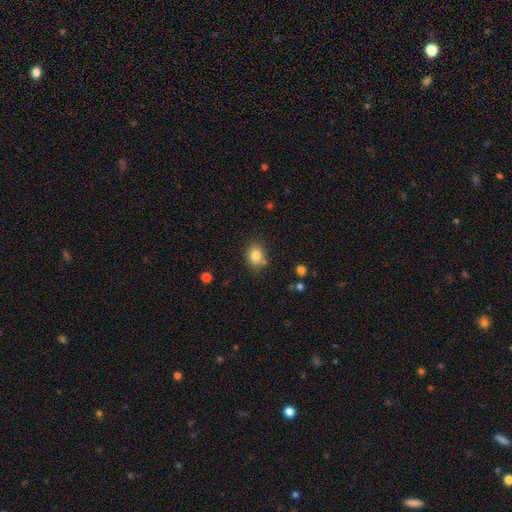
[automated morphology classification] This appears to be a smooth galaxy with no disk features (82%) that is in between round and cigar-shaped (56%). Merging: none (77%).